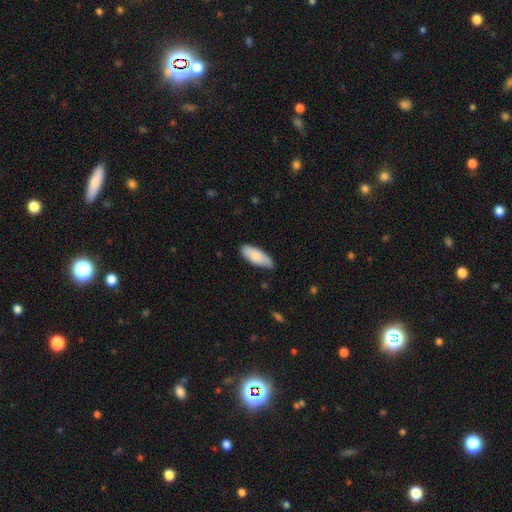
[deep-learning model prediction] A smooth galaxy with no disk features (81%) that is in between round and cigar-shaped (77%).

Vote fractions:
- Smooth or featured? smooth: 81% / featured or disk: 13% / star or artifact: 5%
- How rounded? in between: 77% / cigar-shaped: 22% / round: 2%
- Merging? none: 75% / minor disturbance: 21% / major disturbance: 3% / merger: 1%